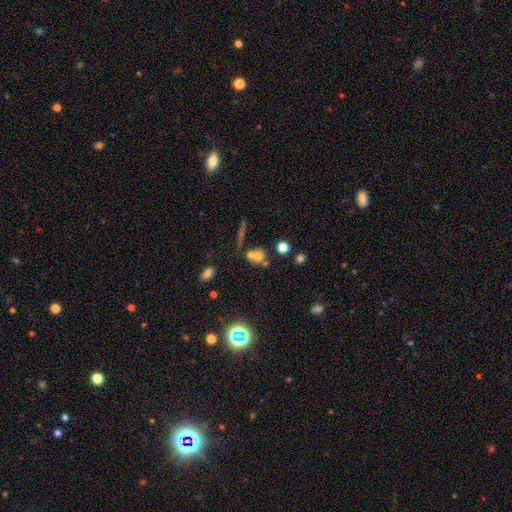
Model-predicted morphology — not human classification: type=smooth (61%); roundness=round (71%); merging=merger (45%).